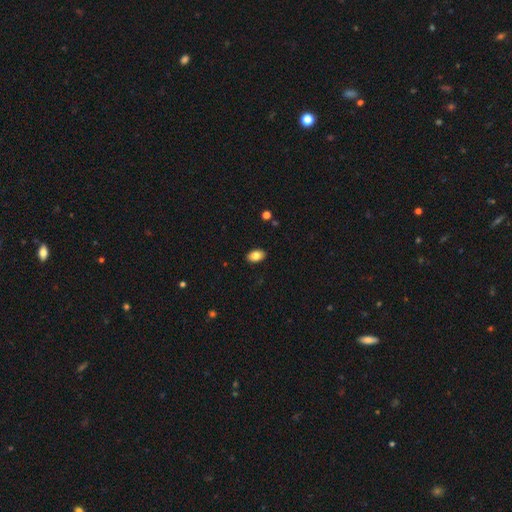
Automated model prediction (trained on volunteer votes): A smooth galaxy with no disk features (84%) that is in between round and cigar-shaped (91%). Merging: none (89%).